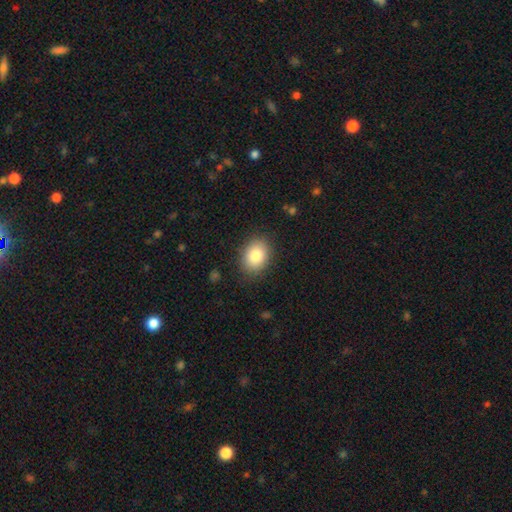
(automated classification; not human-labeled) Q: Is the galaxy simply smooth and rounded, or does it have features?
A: smooth — 83%.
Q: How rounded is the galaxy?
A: in between — 66%.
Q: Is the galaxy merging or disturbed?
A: none — 86%.